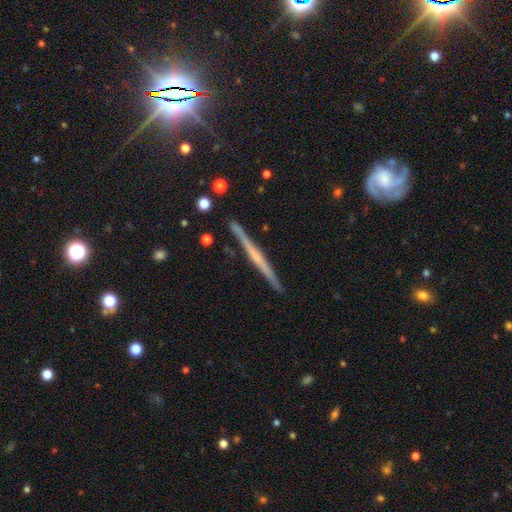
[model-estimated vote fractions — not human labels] The model was most divided on "edge-on bulge": none: 55%, rounded: 33%, boxy: 12%. More confident: edge-on disk — yes (98%); merging — none (90%); smooth or featured — featured or disk (70%).